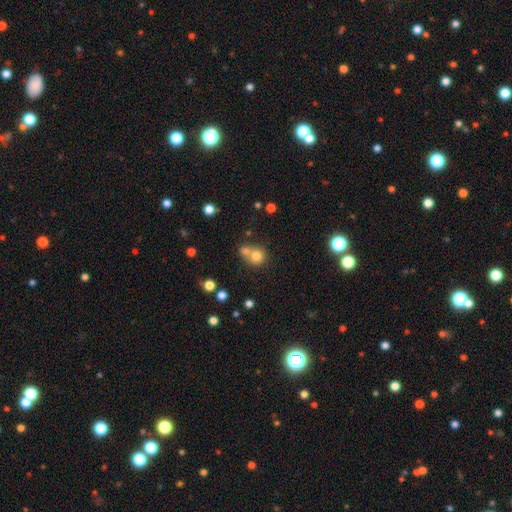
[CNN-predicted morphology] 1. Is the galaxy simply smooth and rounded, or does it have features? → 76% smooth, 12% featured or disk, 12% star or artifact.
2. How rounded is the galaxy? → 83% round, 16% in between, 1% cigar-shaped.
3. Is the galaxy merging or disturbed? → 48% merger, 40% none, 8% minor disturbance, 4% major disturbance.